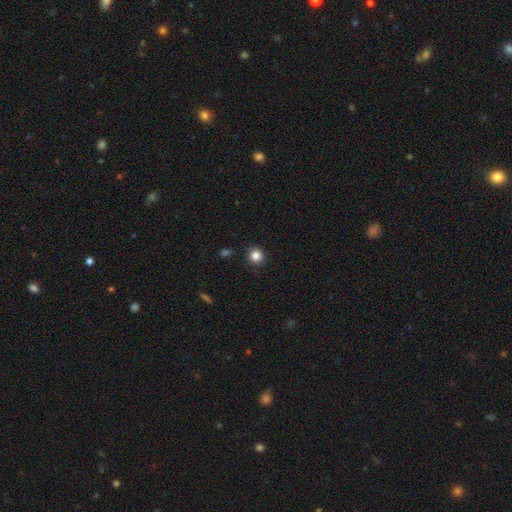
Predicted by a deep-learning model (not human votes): smooth_or_featured: smooth (p=0.84) [alt: star or artifact p=0.11]
how_rounded: round (p=0.89) [alt: in between p=0.10]
merging: none (p=0.90) [alt: minor disturbance p=0.07]